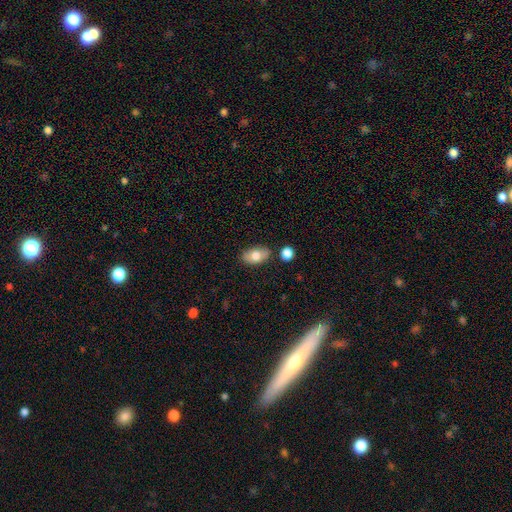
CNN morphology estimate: Smooth or featured?
  - smooth: 76% *
  - featured or disk: 17%
  - star or artifact: 7%
How rounded?
  - in between: 91% *
  - round: 7%
  - cigar-shaped: 2%
Merging?
  - none: 79% *
  - minor disturbance: 13%
  - merger: 5%
  - major disturbance: 3%